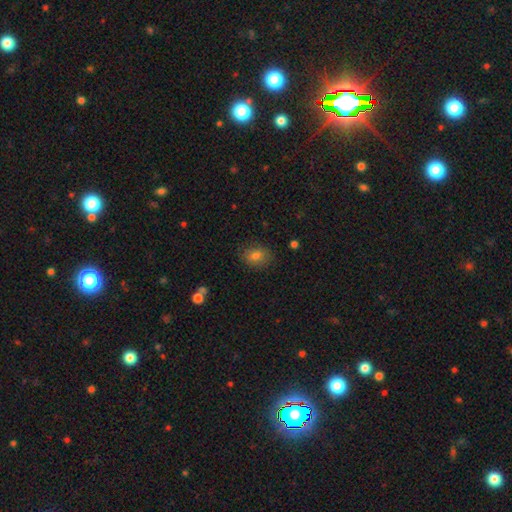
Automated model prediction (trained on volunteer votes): Smooth or featured? Predicted: smooth (p=0.78). How rounded? Predicted: in between (p=0.62). Merging? Predicted: none (p=0.83).